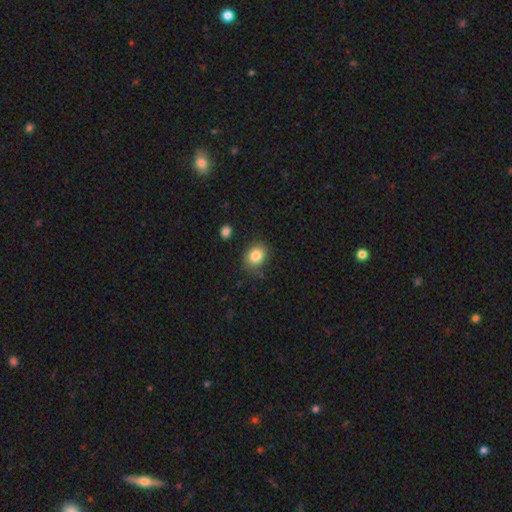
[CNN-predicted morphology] This is clearly a smooth galaxy (84%). How rounded: possibly in between (53%). Merging: likely none (78%).